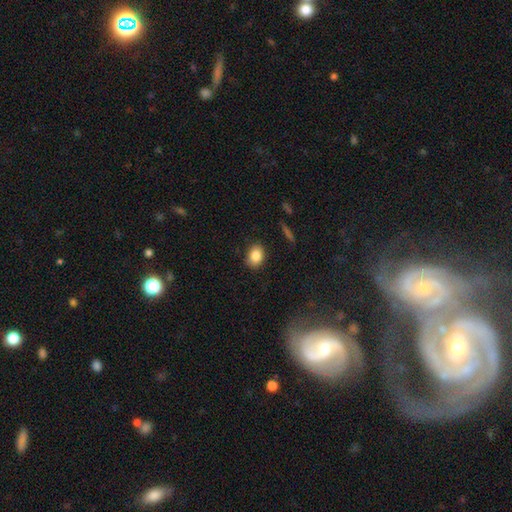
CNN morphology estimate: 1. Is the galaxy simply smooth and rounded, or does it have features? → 85% smooth, 9% star or artifact, 6% featured or disk.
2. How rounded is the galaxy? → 66% in between, 32% round, 1% cigar-shaped.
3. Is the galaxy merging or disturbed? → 84% none, 13% minor disturbance, 2% major disturbance, 1% merger.